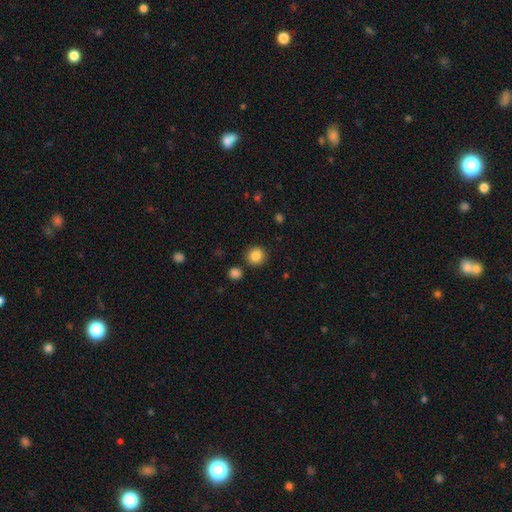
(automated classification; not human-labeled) Smooth or featured: smooth — 85% (star or artifact — 10%)
How rounded: round — 90% (in between — 9%)
Merging: none — 87% (minor disturbance — 6%)